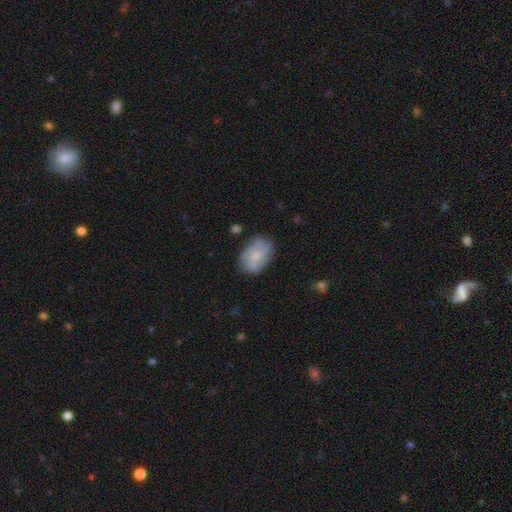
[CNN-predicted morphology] Smooth or featured? featured or disk (46%, tied with smooth)
Merging? none (68%)